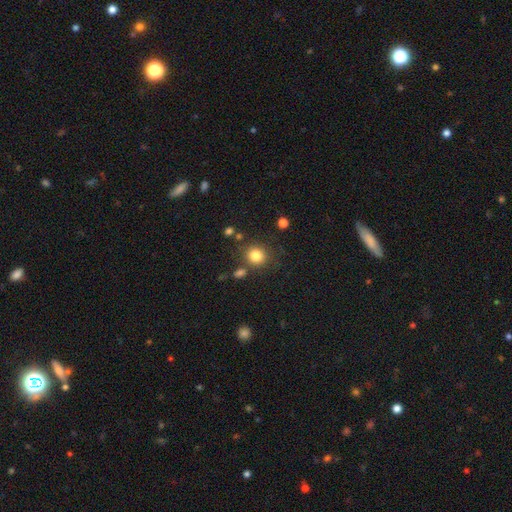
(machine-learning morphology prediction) Smooth or featured?
  - smooth: 82% *
  - star or artifact: 12%
  - featured or disk: 7%
How rounded?
  - round: 84% *
  - in between: 15%
  - cigar-shaped: 1%
Merging?
  - none: 78% *
  - minor disturbance: 10%
  - merger: 7%
  - major disturbance: 4%